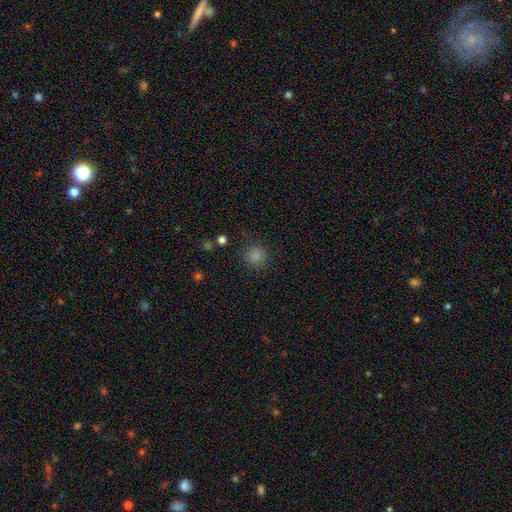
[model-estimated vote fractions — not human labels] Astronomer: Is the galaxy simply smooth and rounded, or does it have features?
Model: smooth — 85%.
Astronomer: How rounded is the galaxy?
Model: round — 92%.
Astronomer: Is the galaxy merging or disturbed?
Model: none — 86%.